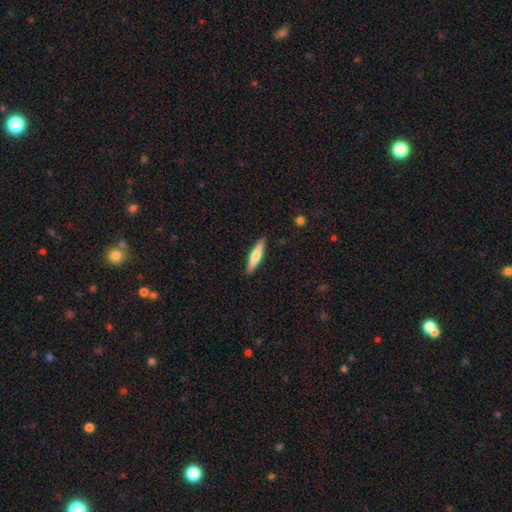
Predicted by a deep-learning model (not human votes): A smooth galaxy with no disk features (65%) that is cigar-shaped (82%).

Vote fractions:
- Smooth or featured? smooth: 65% / featured or disk: 29% / star or artifact: 5%
- How rounded? cigar-shaped: 82% / in between: 16% / round: 1%
- Merging? none: 90% / minor disturbance: 8% / major disturbance: 2% / merger: 1%